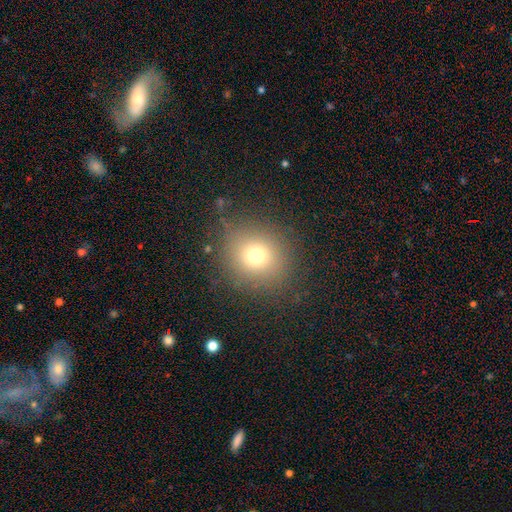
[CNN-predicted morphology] This appears to be a smooth galaxy with no disk features (72%) that is round (86%). Merging: none (84%).